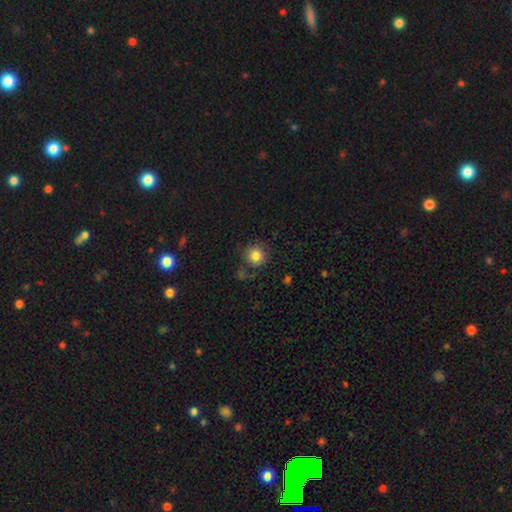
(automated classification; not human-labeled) smooth_or_featured: smooth (p=0.84) [alt: star or artifact p=0.09]
how_rounded: round (p=0.92) [alt: in between p=0.07]
merging: none (p=0.78) [alt: minor disturbance p=0.13]